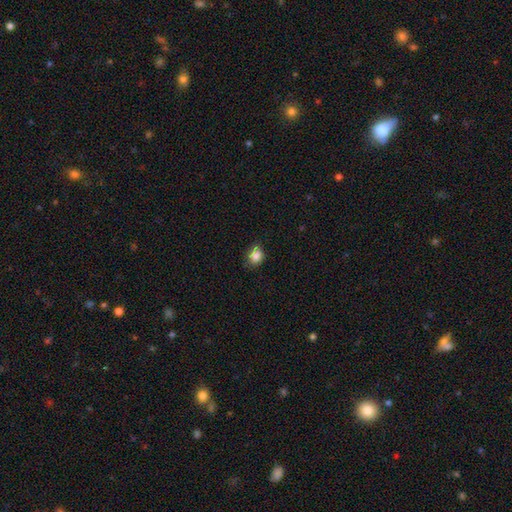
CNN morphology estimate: Overall: smooth (84%). How rounded: round (64%; in between 35%). Merging: none (62%; minor disturbance 30%).